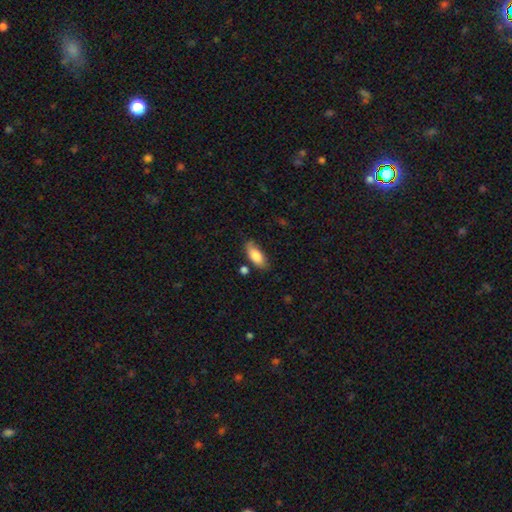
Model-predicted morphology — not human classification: smooth 82%, featured or disk 12%, star or artifact 7%. Down the decision tree: how rounded — in between (83%); merging — none (68%).